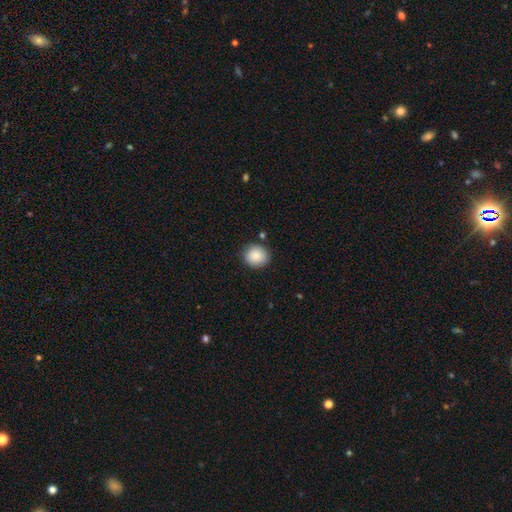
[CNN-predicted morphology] smooth_or_featured: smooth (p=0.88) [alt: star or artifact p=0.07]
how_rounded: round (p=0.85) [alt: in between p=0.14]
merging: none (p=0.85) [alt: minor disturbance p=0.10]